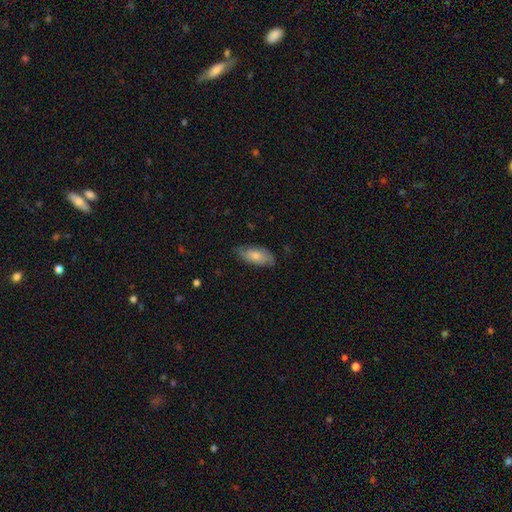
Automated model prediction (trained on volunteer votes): The model was most divided on "smooth or featured": smooth: 63%, featured or disk: 31%, star or artifact: 6%. More confident: how rounded — in between (88%); merging — none (69%).